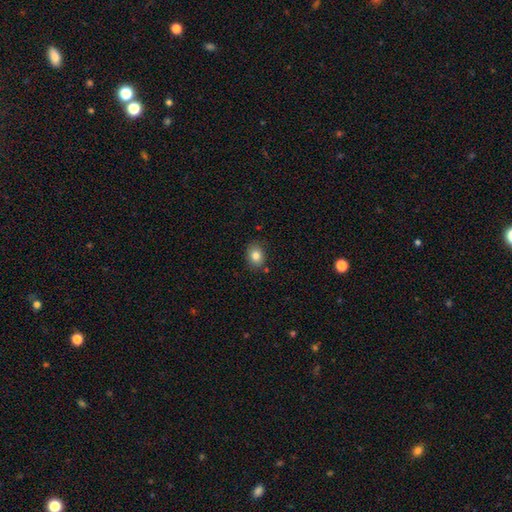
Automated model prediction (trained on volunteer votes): smooth-or-featured: smooth: 83% | star or artifact: 10% | featured or disk: 8%
  how-rounded: in between: 52% | round: 47% | cigar-shaped: 1%
  merging: none: 83% | minor disturbance: 12% | merger: 3% | major disturbance: 2%